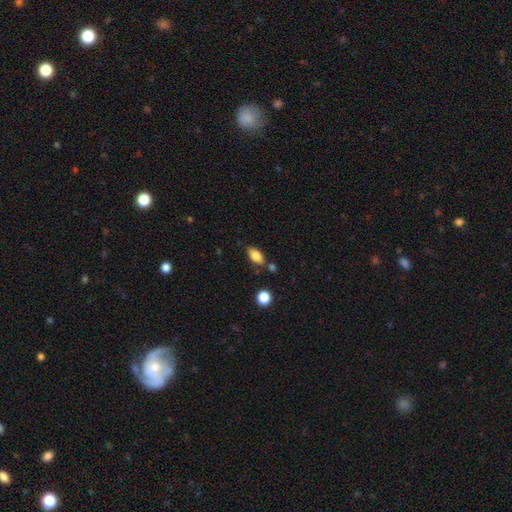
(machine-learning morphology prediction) type=smooth (83%); roundness=in between (89%); merging=none (71%).